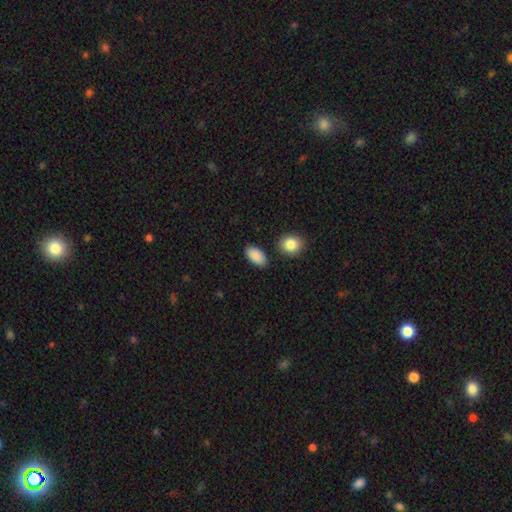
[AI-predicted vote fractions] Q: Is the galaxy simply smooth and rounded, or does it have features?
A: smooth — 90%.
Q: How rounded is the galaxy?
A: in between — 93%.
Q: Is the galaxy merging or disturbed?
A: none — 84%.